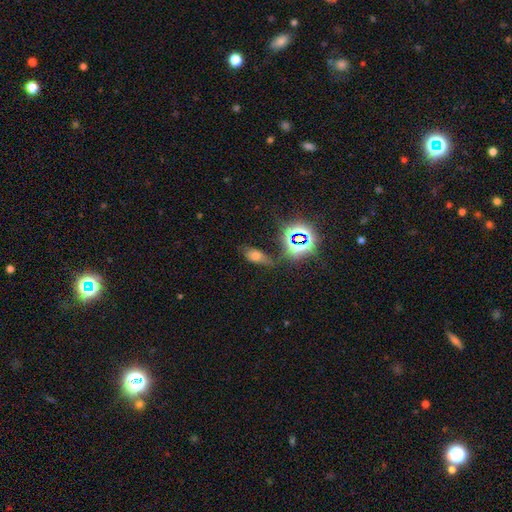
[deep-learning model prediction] smooth-or-featured: smooth: 52% | star or artifact: 34% | featured or disk: 14%
  how-rounded: in between: 79% | cigar-shaped: 11% | round: 10%
  merging: none: 56% | minor disturbance: 26% | major disturbance: 12% | merger: 5%